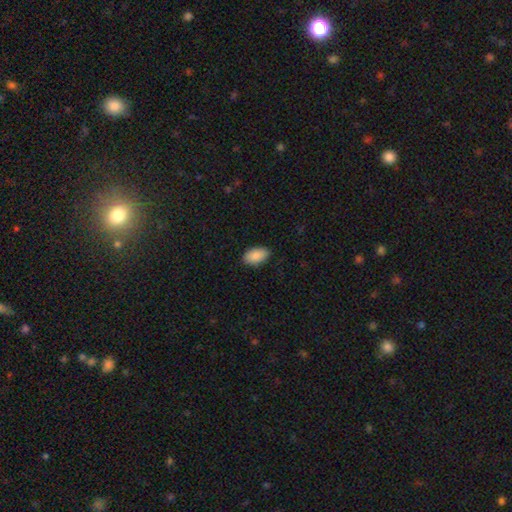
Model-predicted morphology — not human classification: This is clearly a smooth galaxy (89%). How rounded: clearly in between (94%). Merging: clearly none (88%).